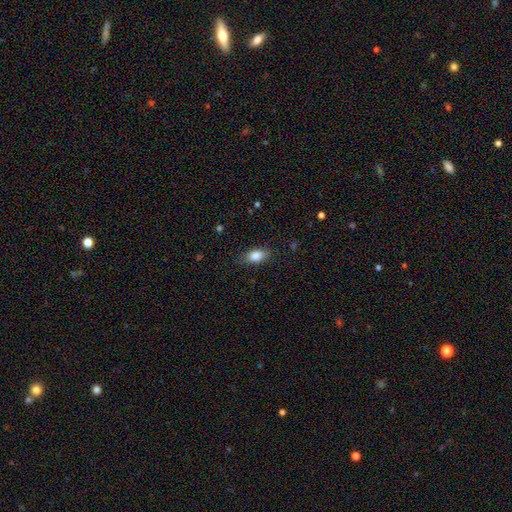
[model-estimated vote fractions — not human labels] Smooth or featured? smooth (84%)
How rounded? in between (87%)
Merging? none (80%)